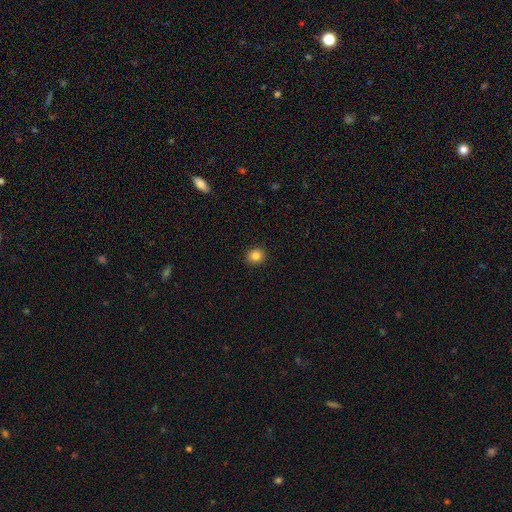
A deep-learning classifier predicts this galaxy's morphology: smooth-or-featured: smooth: 84% | star or artifact: 11% | featured or disk: 5%
  how-rounded: round: 83% | in between: 16% | cigar-shaped: 1%
  merging: none: 92% | minor disturbance: 6% | major disturbance: 2% | merger: 1%